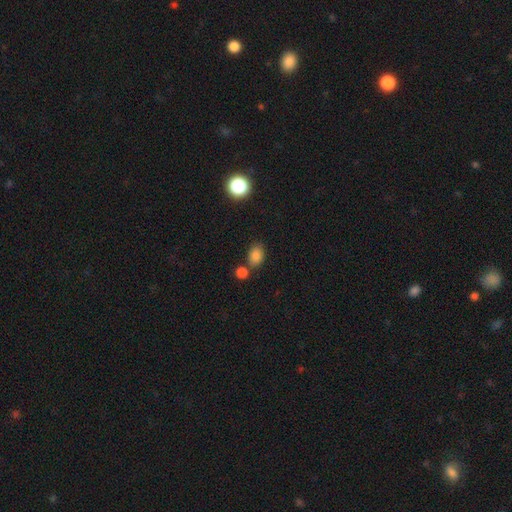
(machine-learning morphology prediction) type=smooth (83%); roundness=in between (78%); merging=none (62%).